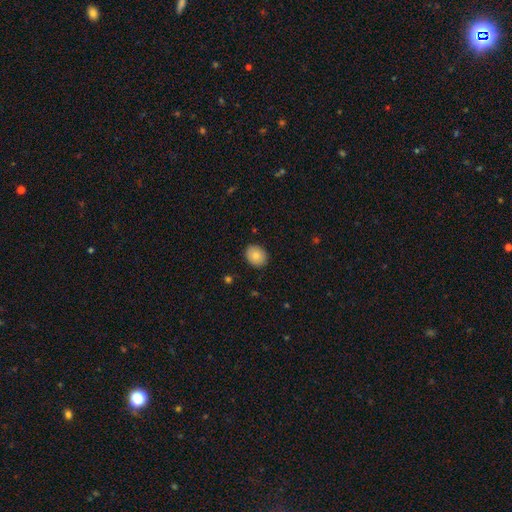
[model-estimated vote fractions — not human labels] smooth 82%, featured or disk 10%, star or artifact 8%. Down the decision tree: how rounded — round (53%); merging — none (88%).